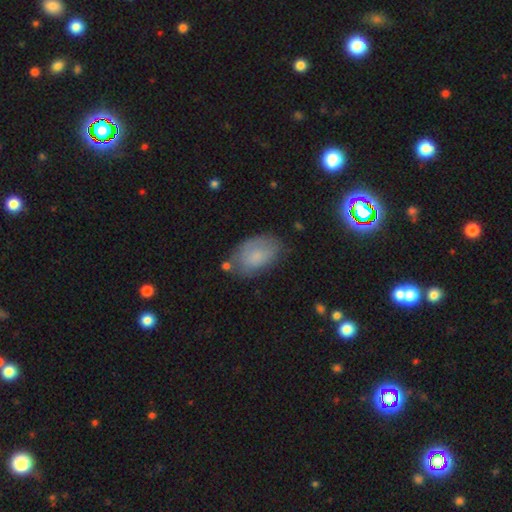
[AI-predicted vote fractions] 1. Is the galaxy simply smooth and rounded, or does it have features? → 73% smooth, 18% featured or disk, 9% star or artifact.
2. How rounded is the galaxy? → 91% in between, 7% round, 1% cigar-shaped.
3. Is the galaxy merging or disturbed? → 64% none, 25% minor disturbance, 7% major disturbance, 4% merger.